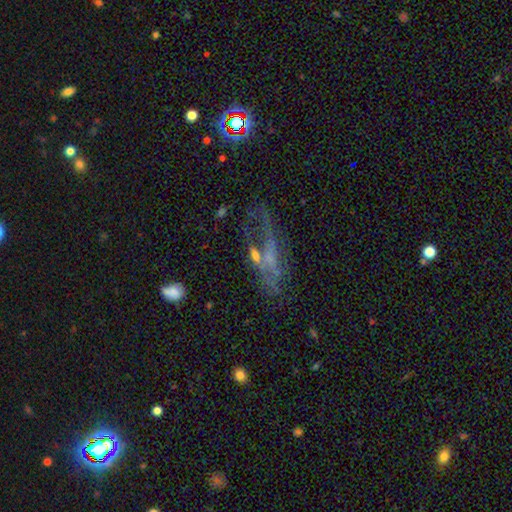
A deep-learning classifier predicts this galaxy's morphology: A featured or disk galaxy (54%).

Vote fractions:
- Smooth or featured? featured or disk: 54% / smooth: 26% / star or artifact: 20%
- Edge-on disk? no: 78% / yes: 22%
- Merging? none: 37% / major disturbance: 31% / minor disturbance: 18% / merger: 14%